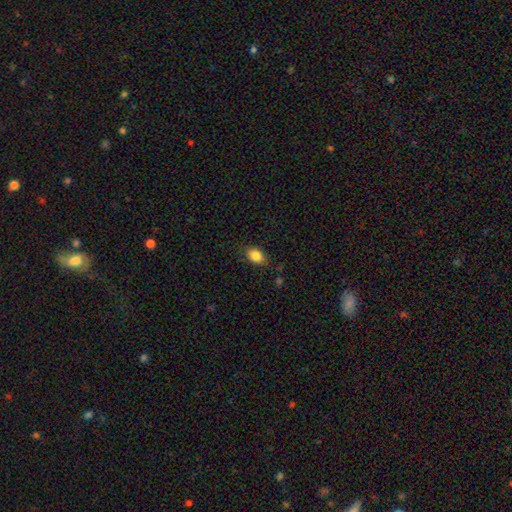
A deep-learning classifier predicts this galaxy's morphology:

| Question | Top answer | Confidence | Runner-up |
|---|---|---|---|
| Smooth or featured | smooth | 86% | star or artifact (9%) |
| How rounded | in between | 79% | round (20%) |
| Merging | none | 82% | minor disturbance (14%) |